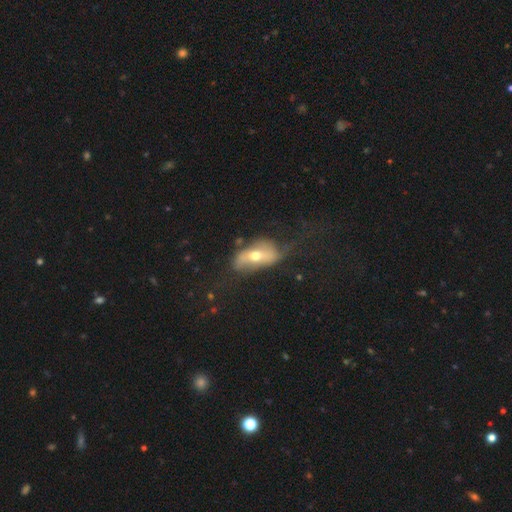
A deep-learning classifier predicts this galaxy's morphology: featured or disk 51%, smooth 40%, star or artifact 8%. Down the decision tree: edge-on disk — no (82%); merging — none (44%).